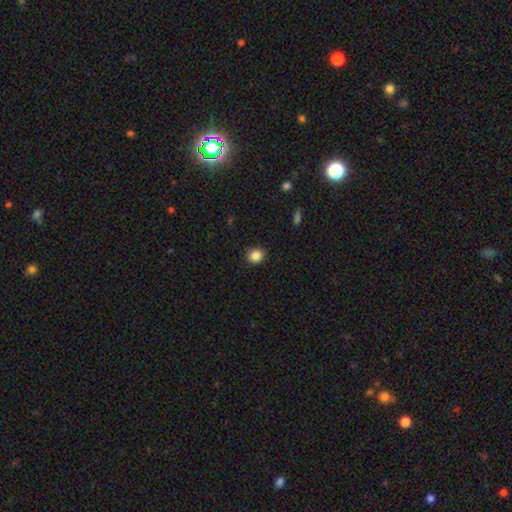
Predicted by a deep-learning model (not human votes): This is clearly a smooth galaxy (86%). How rounded: likely round (79%). Merging: clearly none (90%).